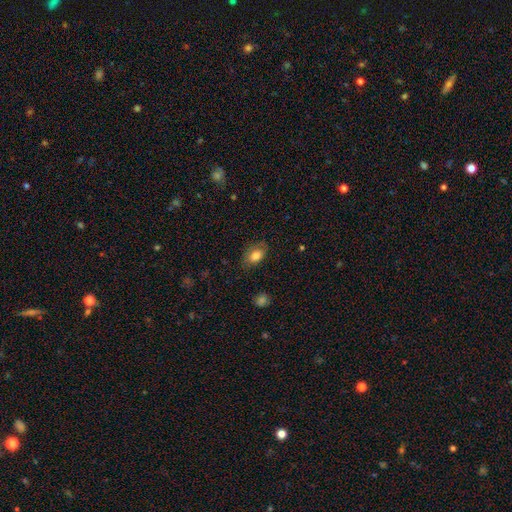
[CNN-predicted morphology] Q: Smooth or featured?
A: smooth (80%); runner-up: featured or disk (12%)
Q: How rounded?
A: in between (88%); runner-up: round (10%)
Q: Merging?
A: none (76%); runner-up: minor disturbance (18%)